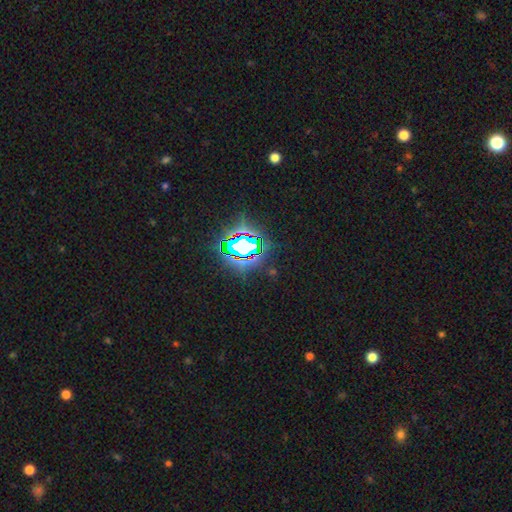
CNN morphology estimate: Smooth or featured? star or artifact (83%)